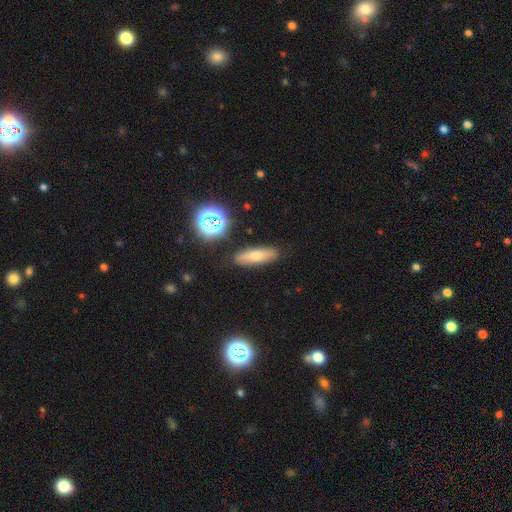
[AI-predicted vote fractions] Smooth or featured? Predicted: smooth (p=0.62). How rounded? Predicted: cigar-shaped (p=0.49). Merging? Predicted: none (p=0.86).